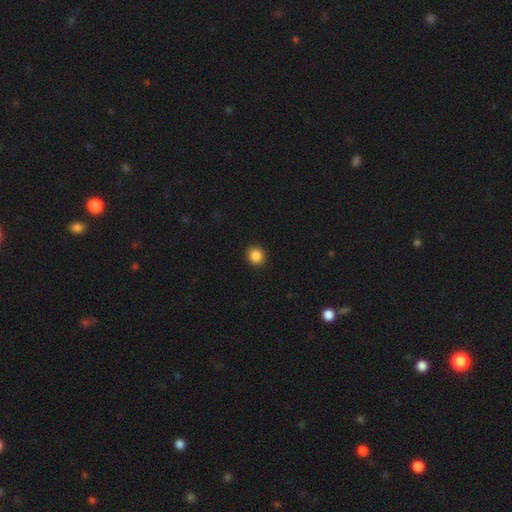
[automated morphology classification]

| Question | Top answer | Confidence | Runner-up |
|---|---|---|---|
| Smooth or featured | smooth | 87% | star or artifact (10%) |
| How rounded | round | 88% | in between (11%) |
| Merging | none | 93% | minor disturbance (5%) |